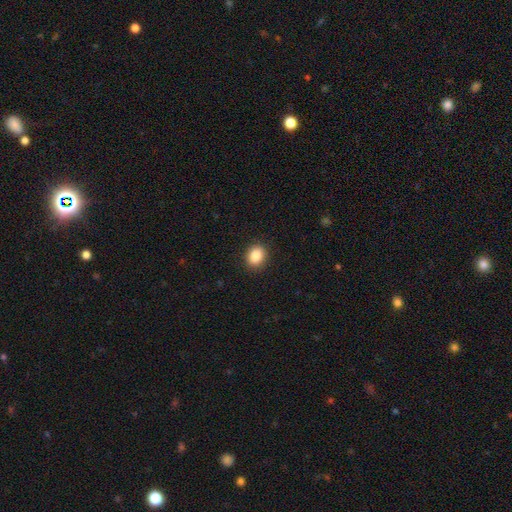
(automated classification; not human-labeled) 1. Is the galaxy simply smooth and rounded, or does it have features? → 87% smooth, 9% star or artifact, 4% featured or disk.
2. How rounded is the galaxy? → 56% round, 43% in between, 1% cigar-shaped.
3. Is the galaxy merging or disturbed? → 90% none, 7% minor disturbance, 2% major disturbance, 1% merger.